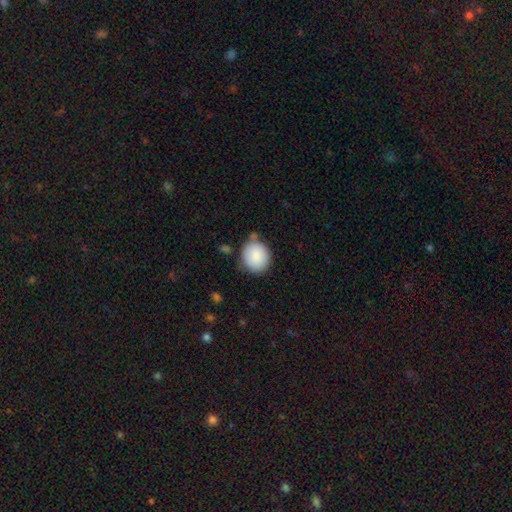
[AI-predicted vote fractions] This is clearly a smooth galaxy (87%). How rounded: likely round (79%). Merging: likely none (71%).